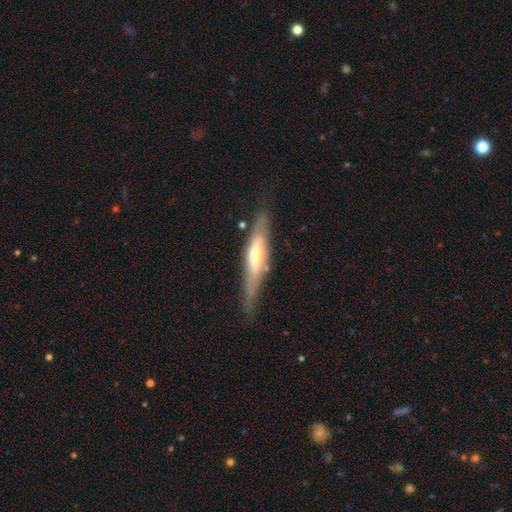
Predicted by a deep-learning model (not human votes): featured or disk 52%, smooth 42%, star or artifact 6%. Down the decision tree: edge-on disk — yes (78%); merging — none (70%).